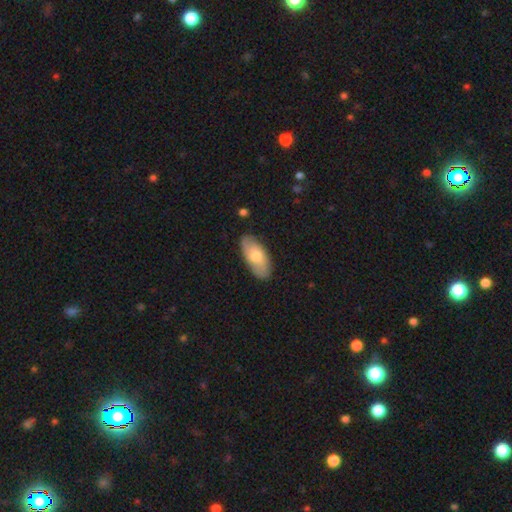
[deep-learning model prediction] smooth-or-featured: smooth: 67% | featured or disk: 27% | star or artifact: 6%
  how-rounded: in between: 91% | cigar-shaped: 7% | round: 3%
  merging: none: 82% | minor disturbance: 14% | major disturbance: 3% | merger: 1%